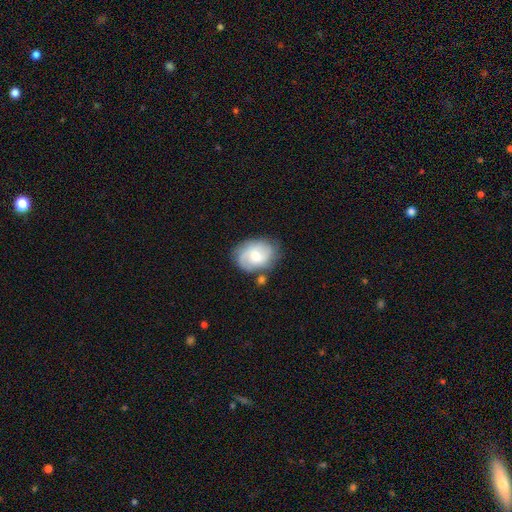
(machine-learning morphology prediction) A featured or disk galaxy (55%) with no bar (54%), spiral arms (86%) and a moderate central bulge (59%).

Vote fractions:
- Smooth or featured? featured or disk: 55% / smooth: 38% / star or artifact: 7%
- Edge-on disk? no: 97% / yes: 3%
- Bar? no: 54% / weak: 40% / strong: 6%
- Spiral arms? yes: 86% / no: 14%
- Bulge size? moderate: 59% / small: 27% / large: 10% / none: 3% / dominant: 2%
- Merging? none: 65% / minor disturbance: 21% / merger: 7% / major disturbance: 7%